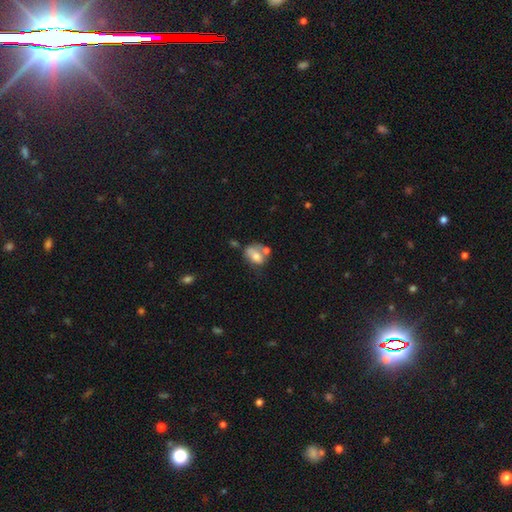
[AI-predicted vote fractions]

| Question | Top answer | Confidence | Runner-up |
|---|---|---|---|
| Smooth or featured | smooth | 65% | featured or disk (26%) |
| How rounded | in between | 76% | round (22%) |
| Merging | merger | 38% | none (28%) |